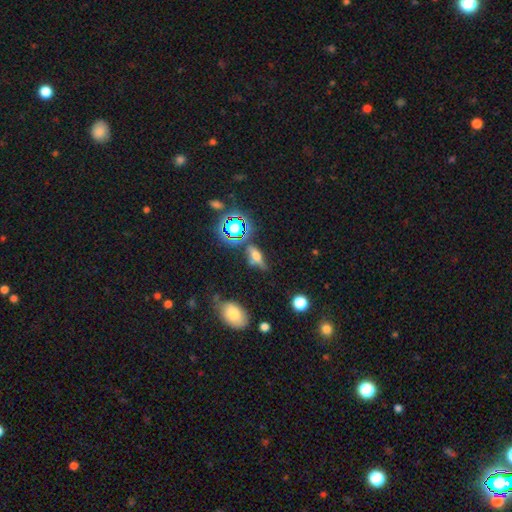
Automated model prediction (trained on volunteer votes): smooth-or-featured: smooth: 42% | featured or disk: 35% | star or artifact: 24%
  merging: none: 63% | minor disturbance: 20% | major disturbance: 9% | merger: 8%